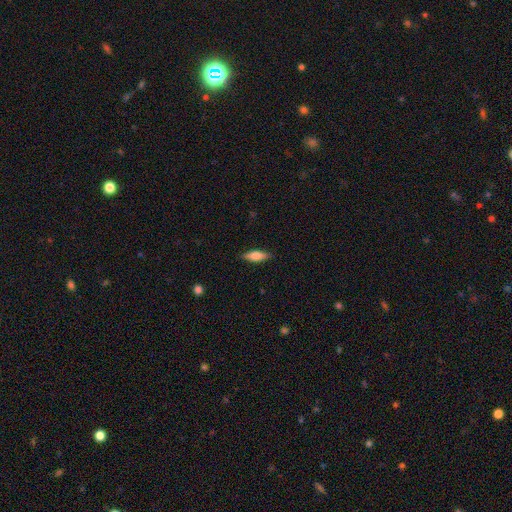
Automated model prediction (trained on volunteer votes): Morphology: type=smooth (66%); roundness=in between (52%); merging=none (86%).